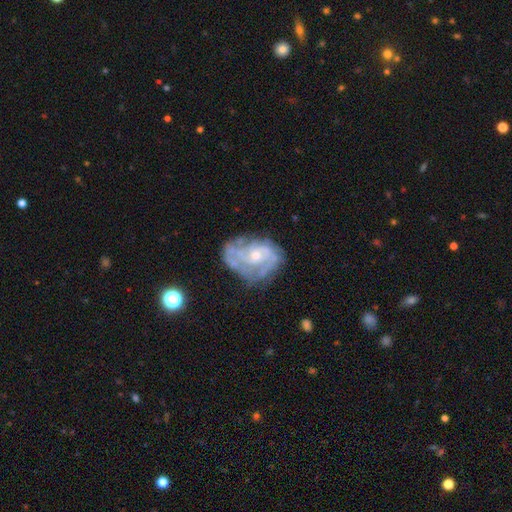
featured or disk 71%, smooth 16%, star or artifact 13%. Down the decision tree: edge-on disk — no (100%); bar — no (89%); spiral arms — yes (89%); spiral arm count — can't tell (38%); spiral winding — tight (58%); bulge size — small (78%); merging — none (64%).